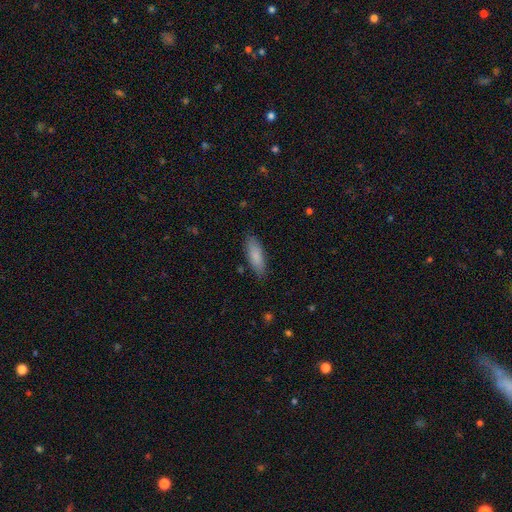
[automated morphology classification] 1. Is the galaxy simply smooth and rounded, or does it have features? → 83% smooth, 11% featured or disk, 6% star or artifact.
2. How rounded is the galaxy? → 57% in between, 41% cigar-shaped, 2% round.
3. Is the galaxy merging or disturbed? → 84% none, 12% minor disturbance, 2% major disturbance, 1% merger.